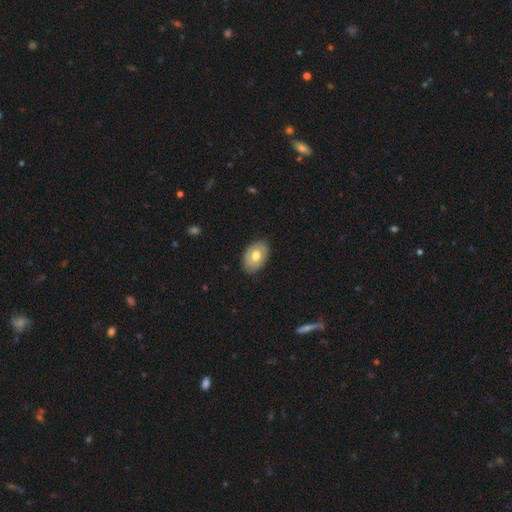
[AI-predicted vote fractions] A smooth galaxy with no disk features (65%) that is in between round and cigar-shaped (86%).

Vote fractions:
- Smooth or featured? smooth: 65% / featured or disk: 29% / star or artifact: 6%
- How rounded? in between: 86% / round: 13% / cigar-shaped: 1%
- Merging? none: 83% / minor disturbance: 13% / major disturbance: 3% / merger: 1%